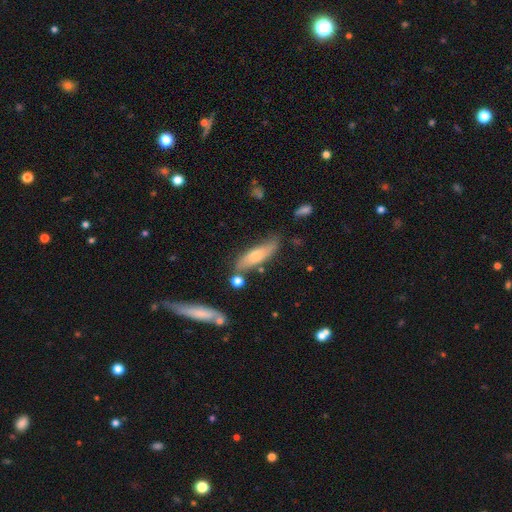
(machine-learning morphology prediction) This is likely a smooth galaxy (63%). How rounded: likely cigar-shaped (62%). Merging: likely none (65%).